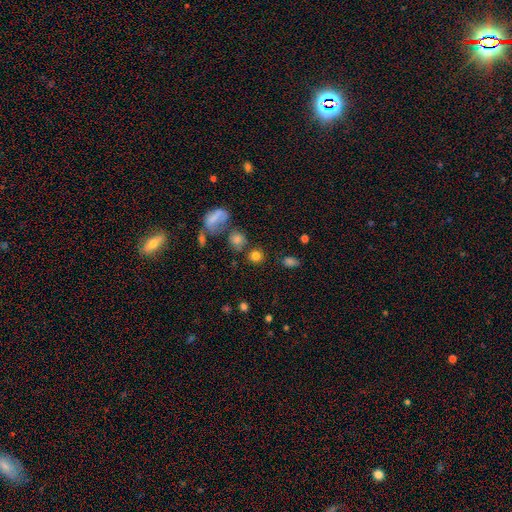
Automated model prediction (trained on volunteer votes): This appears to be a smooth galaxy with no disk features (79%) that is round (84%). Merging: none (73%).